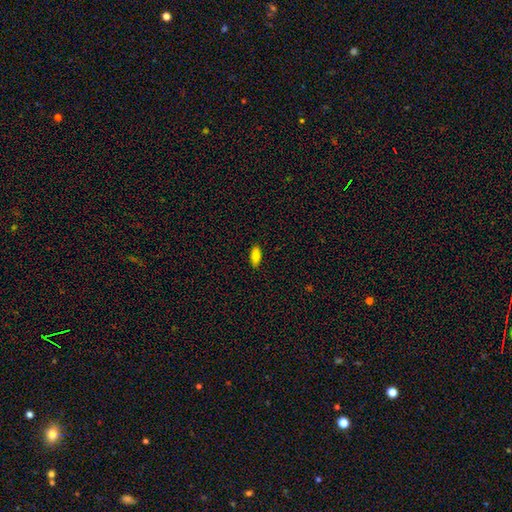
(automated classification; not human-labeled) smooth_or_featured: smooth (p=0.86) [alt: star or artifact p=0.08]
how_rounded: in between (p=0.83) [alt: cigar-shaped p=0.15]
merging: none (p=0.88) [alt: minor disturbance p=0.09]